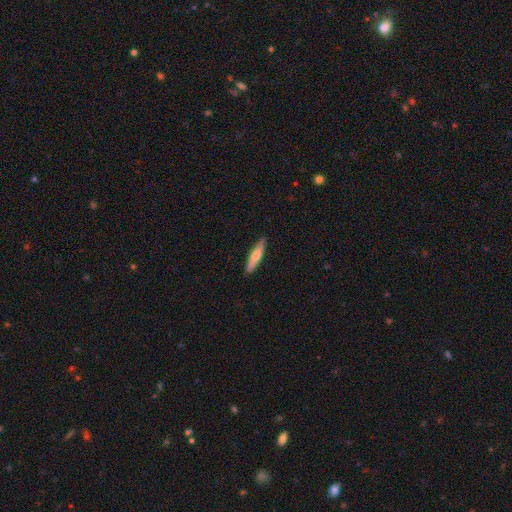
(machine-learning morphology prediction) Smooth or featured?
  - smooth: 66% *
  - featured or disk: 29%
  - star or artifact: 5%
How rounded?
  - cigar-shaped: 80% *
  - in between: 18%
  - round: 2%
Merging?
  - none: 89% *
  - minor disturbance: 9%
  - major disturbance: 1%
  - merger: 1%